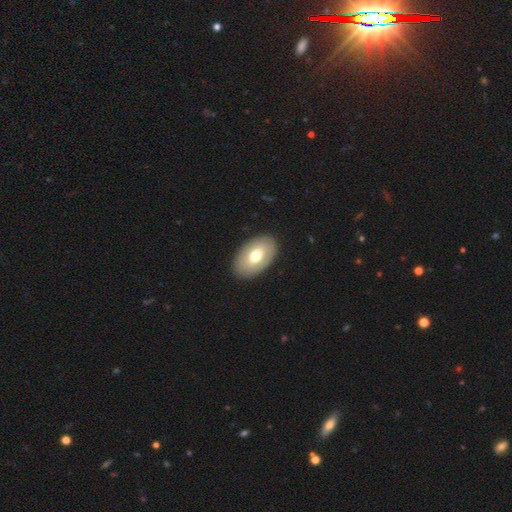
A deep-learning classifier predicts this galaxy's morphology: Smooth or featured? Predicted: smooth (p=0.64). How rounded? Predicted: in between (p=0.92). Merging? Predicted: none (p=0.89).